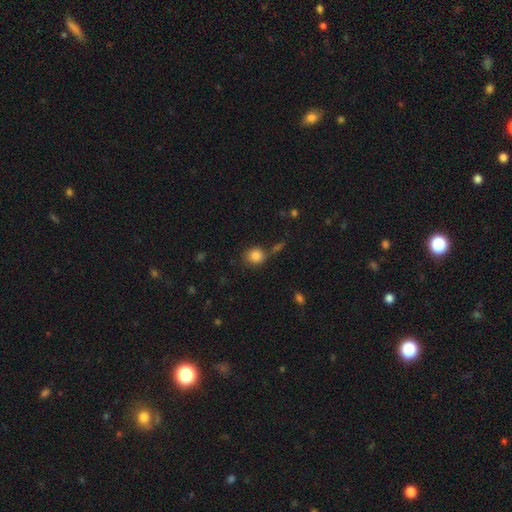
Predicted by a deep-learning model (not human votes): Overall: smooth (85%). How rounded: round (81%). Merging: none (71%).